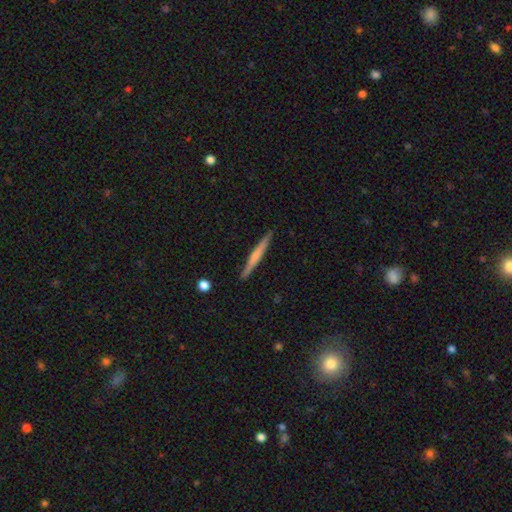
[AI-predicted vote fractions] Smooth or featured?
  - featured or disk: 48% *
  - smooth: 47%
  - star or artifact: 6%
Merging?
  - none: 90% *
  - minor disturbance: 7%
  - major disturbance: 1%
  - merger: 1%